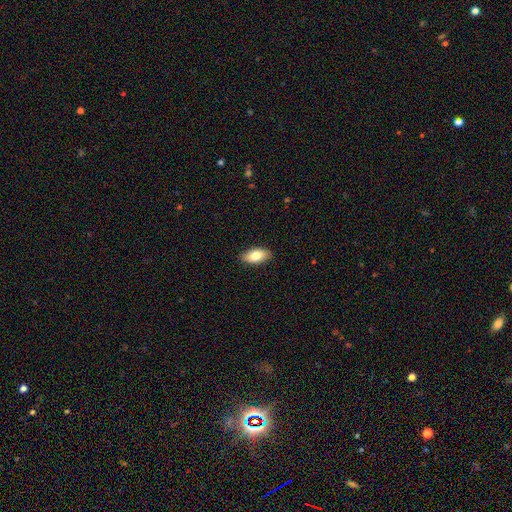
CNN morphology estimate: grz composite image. It shows a smooth galaxy with no disk features (79%) that is in between round and cigar-shaped (91%). Merging: none (88%).